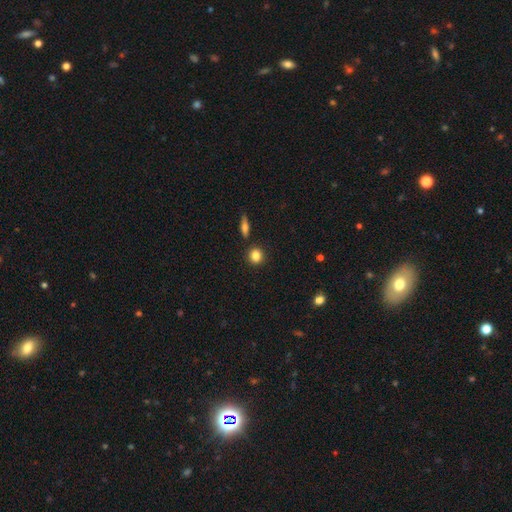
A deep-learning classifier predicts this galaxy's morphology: Q: Smooth or featured?
A: smooth (85%); runner-up: star or artifact (9%)
Q: How rounded?
A: round (79%); runner-up: in between (19%)
Q: Merging?
A: none (86%); runner-up: minor disturbance (8%)